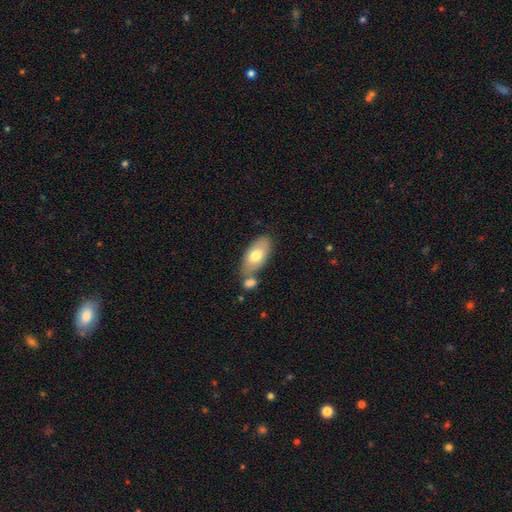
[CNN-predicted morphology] smooth_or_featured: smooth (p=0.70) [alt: featured or disk p=0.24]
how_rounded: in between (p=0.92) [alt: cigar-shaped p=0.05]
merging: none (p=0.52) [alt: merger p=0.29]